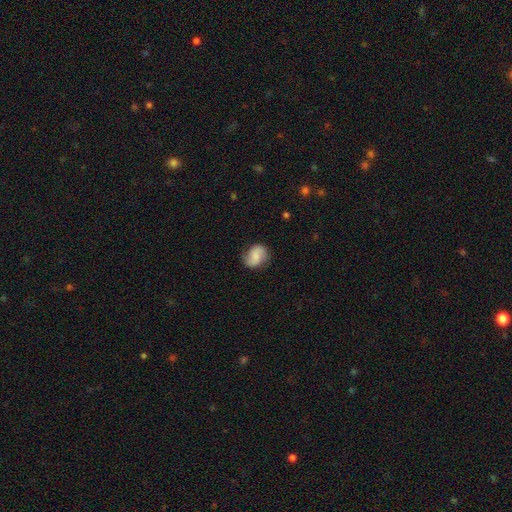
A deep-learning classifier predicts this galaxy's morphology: This is possibly a featured or disk galaxy (47%). Merging: likely none (76%).